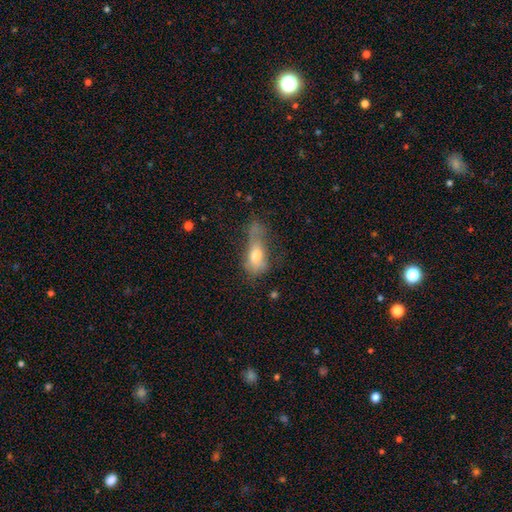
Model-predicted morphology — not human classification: A smooth galaxy with no disk features (65%) that is in between round and cigar-shaped (76%). Merging: major disturbance (44%).